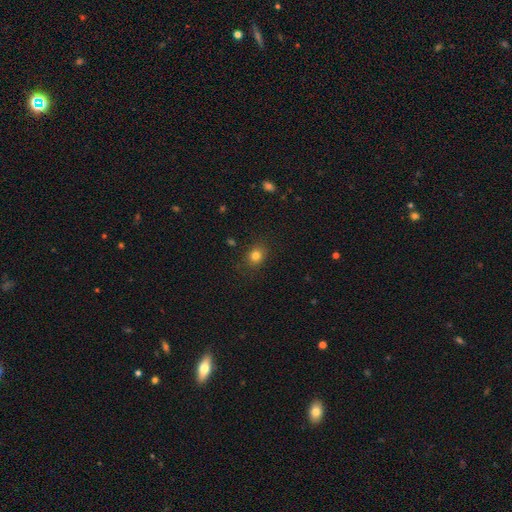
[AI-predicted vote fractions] smooth-or-featured: smooth: 81% | star or artifact: 12% | featured or disk: 6%
  how-rounded: round: 62% | in between: 37% | cigar-shaped: 1%
  merging: none: 85% | minor disturbance: 11% | major disturbance: 3% | merger: 1%